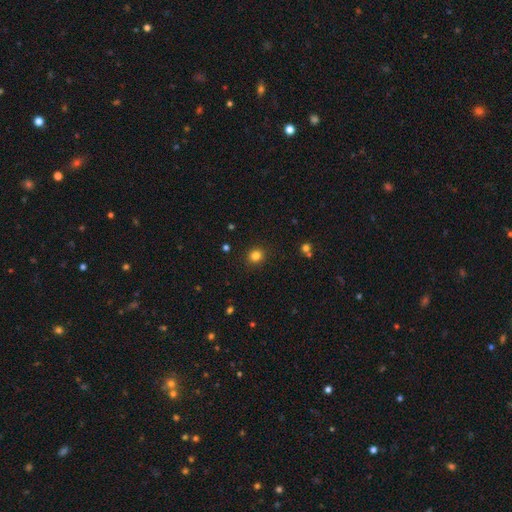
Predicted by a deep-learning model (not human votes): A smooth galaxy with no disk features (82%) that is round (88%).

Vote fractions:
- Smooth or featured? smooth: 82% / star or artifact: 13% / featured or disk: 5%
- How rounded? round: 88% / in between: 12% / cigar-shaped: 1%
- Merging? none: 91% / minor disturbance: 6% / major disturbance: 2% / merger: 1%